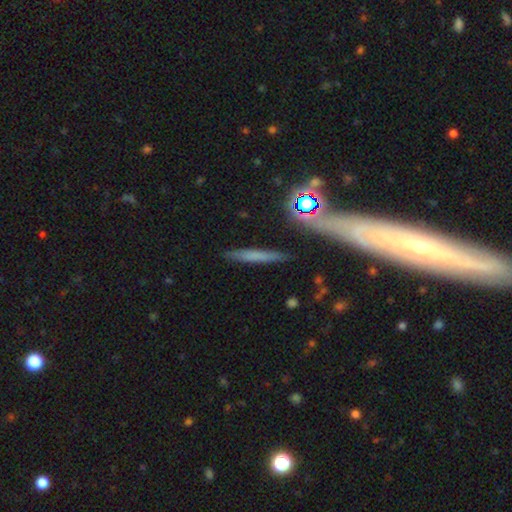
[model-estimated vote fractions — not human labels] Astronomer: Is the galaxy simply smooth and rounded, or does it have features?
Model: smooth — 58%.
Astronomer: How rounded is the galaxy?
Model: cigar-shaped — 90%.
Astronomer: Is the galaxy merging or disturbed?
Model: none — 82%.